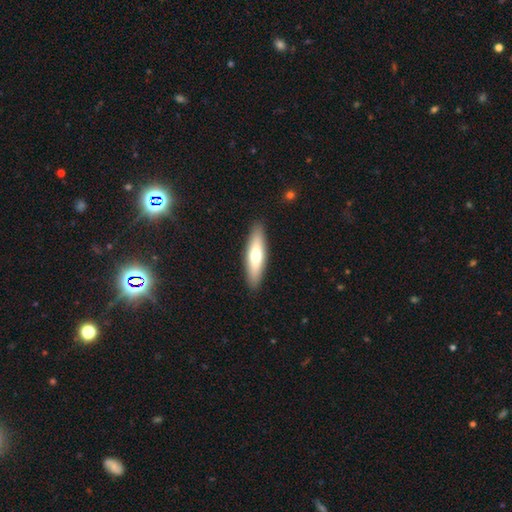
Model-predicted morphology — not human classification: Overall: smooth (61%; featured or disk 34%). How rounded: cigar-shaped (64%; in between 34%). Merging: none (90%).